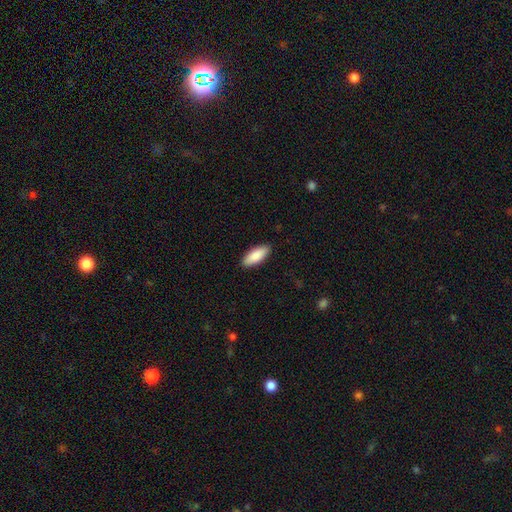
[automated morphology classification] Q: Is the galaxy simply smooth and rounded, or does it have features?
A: smooth — 87%.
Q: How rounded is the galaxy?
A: in between — 78%.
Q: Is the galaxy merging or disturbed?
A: none — 90%.